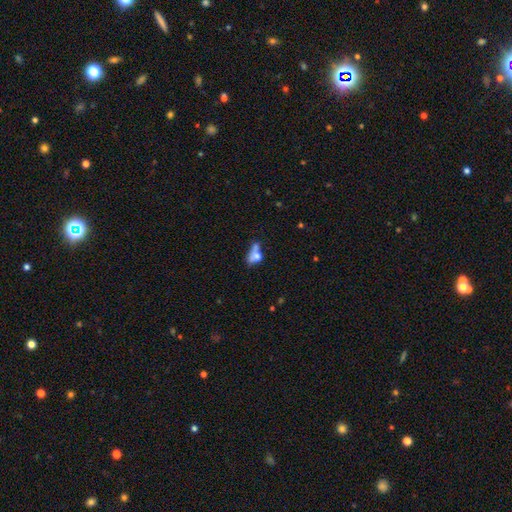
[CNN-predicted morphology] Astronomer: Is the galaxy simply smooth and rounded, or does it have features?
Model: smooth — 62%.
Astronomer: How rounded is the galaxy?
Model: in between — 70%.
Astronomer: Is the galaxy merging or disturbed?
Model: merger — 44% (runner-up: none, 22%).